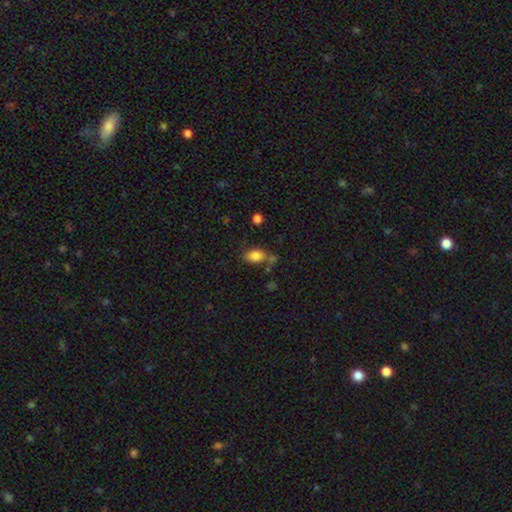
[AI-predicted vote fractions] smooth-or-featured: smooth: 83% | star or artifact: 10% | featured or disk: 7%
  how-rounded: in between: 86% | round: 12% | cigar-shaped: 2%
  merging: none: 55% | minor disturbance: 19% | merger: 16% | major disturbance: 9%